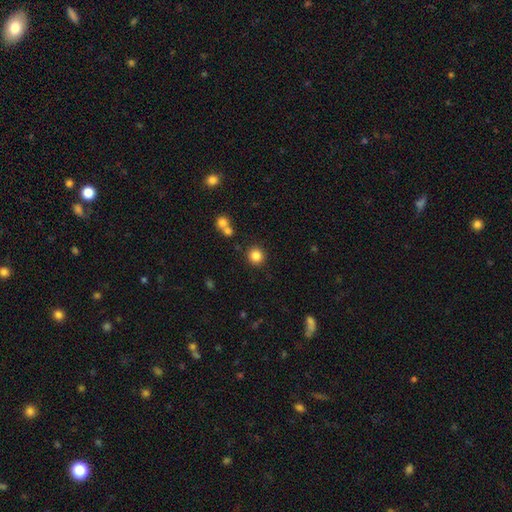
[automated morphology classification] smooth-or-featured: smooth: 84% | star or artifact: 11% | featured or disk: 5%
  how-rounded: round: 93% | in between: 6% | cigar-shaped: 1%
  merging: none: 87% | minor disturbance: 6% | merger: 4% | major disturbance: 2%